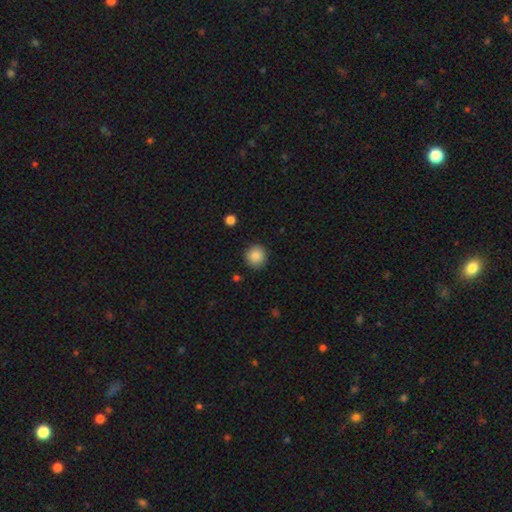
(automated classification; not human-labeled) Smooth or featured? smooth (86%)
How rounded? round (92%)
Merging? none (90%)